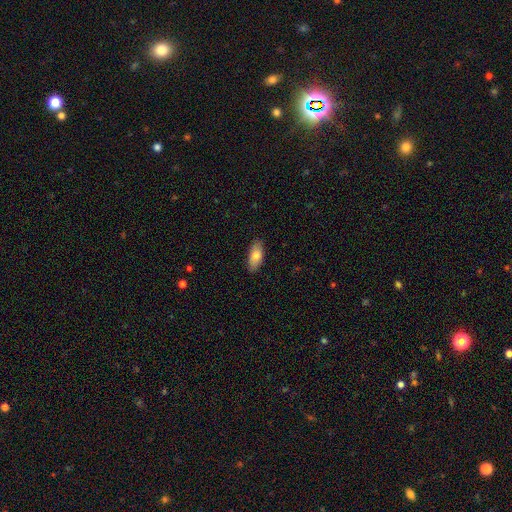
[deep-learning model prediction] Smooth or featured?
  - smooth: 80% *
  - featured or disk: 14%
  - star or artifact: 6%
How rounded?
  - in between: 85% *
  - cigar-shaped: 13%
  - round: 2%
Merging?
  - none: 87% *
  - minor disturbance: 10%
  - major disturbance: 2%
  - merger: 1%